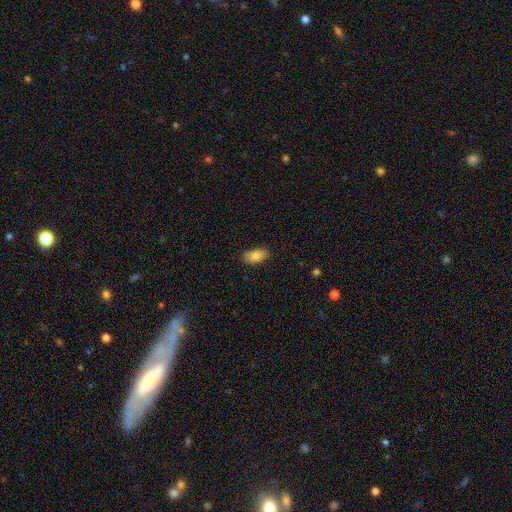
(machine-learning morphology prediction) Smooth or featured? Predicted: smooth (p=0.83). How rounded? Predicted: in between (p=0.92). Merging? Predicted: none (p=0.85).